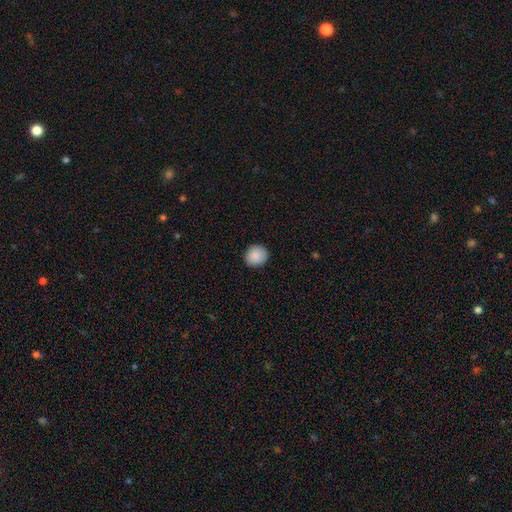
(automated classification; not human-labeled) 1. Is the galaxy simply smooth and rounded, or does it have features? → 89% smooth, 8% star or artifact, 3% featured or disk.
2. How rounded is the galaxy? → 82% round, 17% in between, 1% cigar-shaped.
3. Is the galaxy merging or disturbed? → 91% none, 6% minor disturbance, 2% major disturbance, 1% merger.